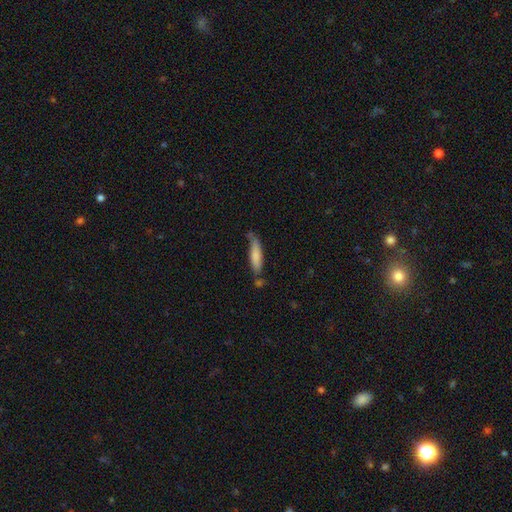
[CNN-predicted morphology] A smooth galaxy with no disk features (77%) that is cigar-shaped (71%). Merging: none (54%).